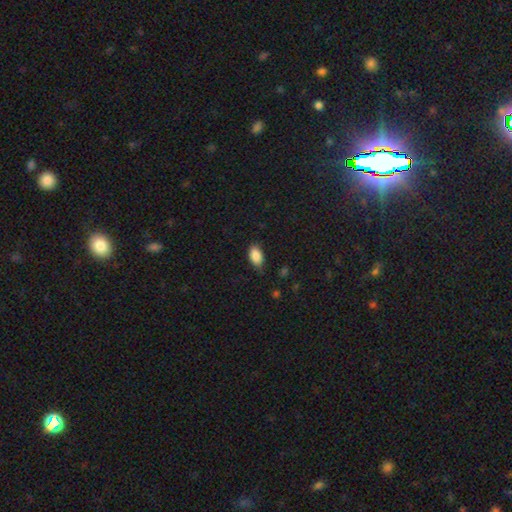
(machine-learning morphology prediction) Smooth or featured? Predicted: smooth (p=0.87). How rounded? Predicted: in between (p=0.91). Merging? Predicted: none (p=0.74).